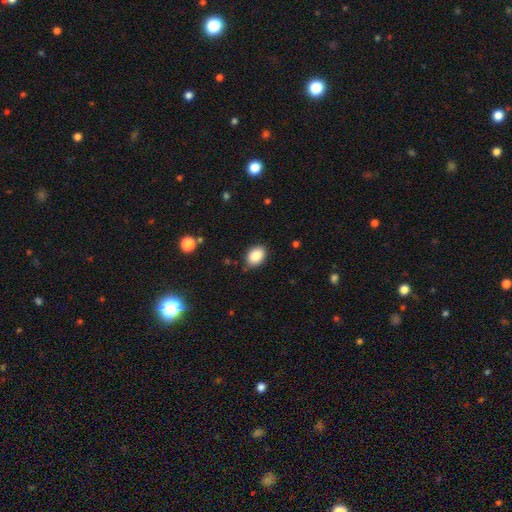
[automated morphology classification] A smooth galaxy with no disk features (85%) that is in between round and cigar-shaped (76%).

Vote fractions:
- Smooth or featured? smooth: 85% / star or artifact: 8% / featured or disk: 6%
- How rounded? in between: 76% / round: 23% / cigar-shaped: 1%
- Merging? none: 85% / minor disturbance: 11% / major disturbance: 2% / merger: 1%